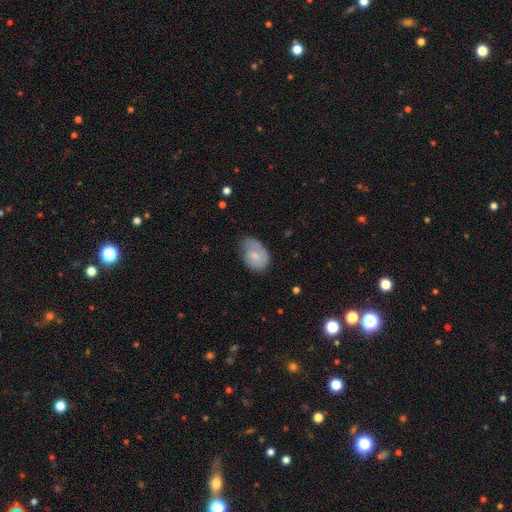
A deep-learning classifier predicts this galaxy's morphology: Smooth or featured: smooth — 66% (featured or disk — 28%)
How rounded: in between — 75% (round — 24%)
Merging: minor disturbance — 43% (none — 37%)